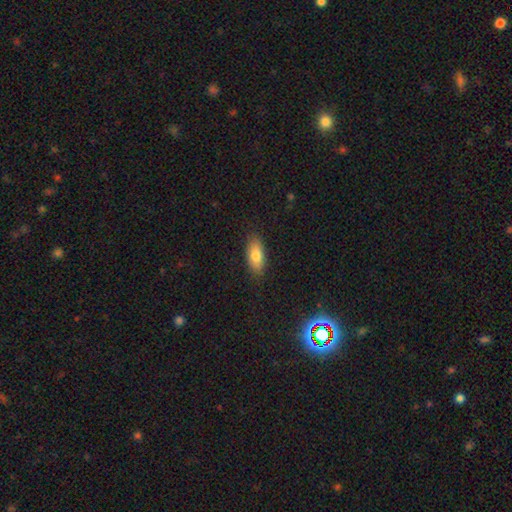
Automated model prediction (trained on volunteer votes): Smooth or featured: smooth — 78% (featured or disk — 15%)
How rounded: in between — 82% (cigar-shaped — 15%)
Merging: none — 86% (minor disturbance — 11%)